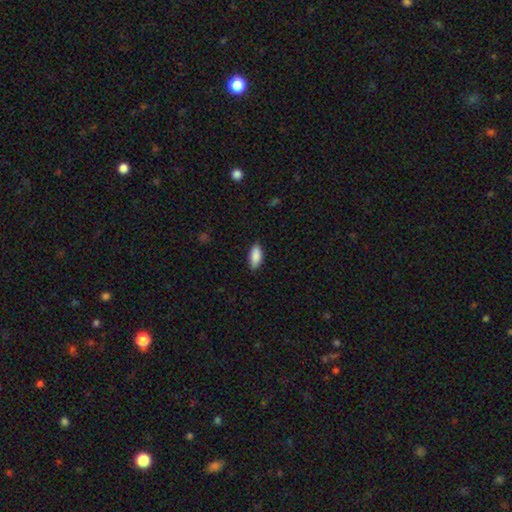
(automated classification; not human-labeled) A smooth galaxy with no disk features (89%) that is in between round and cigar-shaped (88%).

Vote fractions:
- Smooth or featured? smooth: 89% / star or artifact: 6% / featured or disk: 5%
- How rounded? in between: 88% / cigar-shaped: 10% / round: 2%
- Merging? none: 84% / minor disturbance: 13% / major disturbance: 2% / merger: 1%